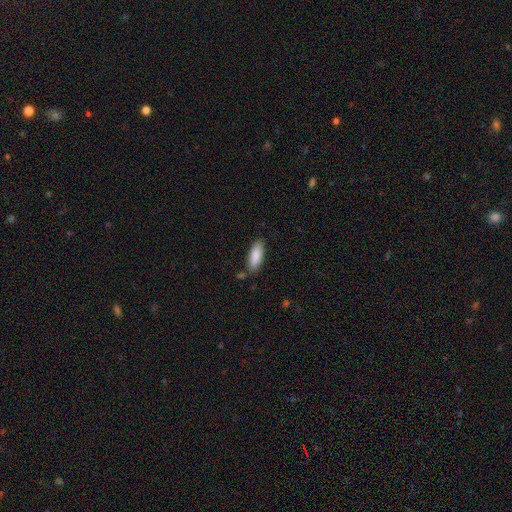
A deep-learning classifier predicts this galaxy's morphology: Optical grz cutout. It shows a smooth galaxy with no disk features (88%) that is in between round and cigar-shaped (70%). Merging: none (80%).